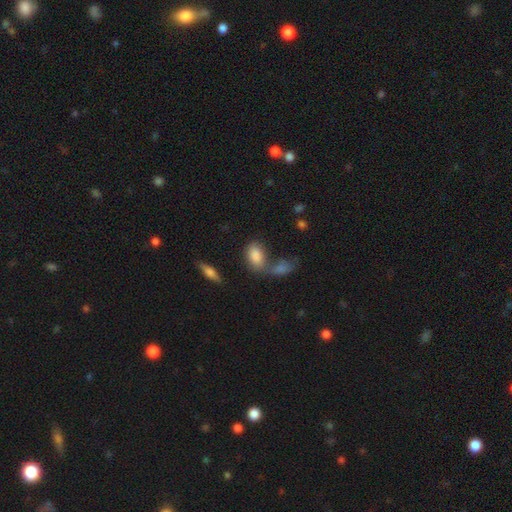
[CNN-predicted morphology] smooth 83%, featured or disk 9%, star or artifact 8%. Down the decision tree: how rounded — in between (87%); merging — none (42%).